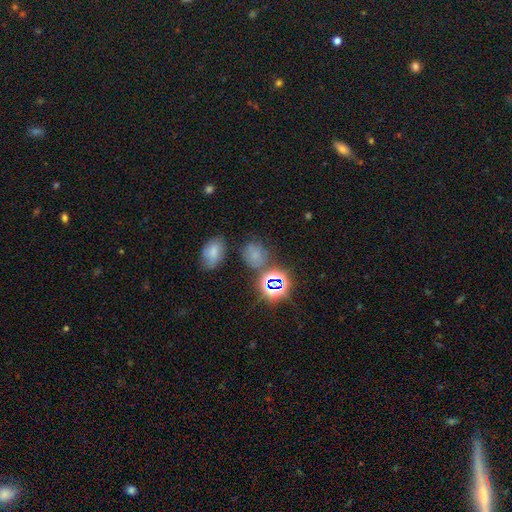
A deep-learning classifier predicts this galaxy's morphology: smooth-or-featured: smooth: 53% | star or artifact: 38% | featured or disk: 9%
  how-rounded: round: 57% | in between: 41% | cigar-shaped: 2%
  merging: none: 67% | minor disturbance: 16% | merger: 11% | major disturbance: 6%